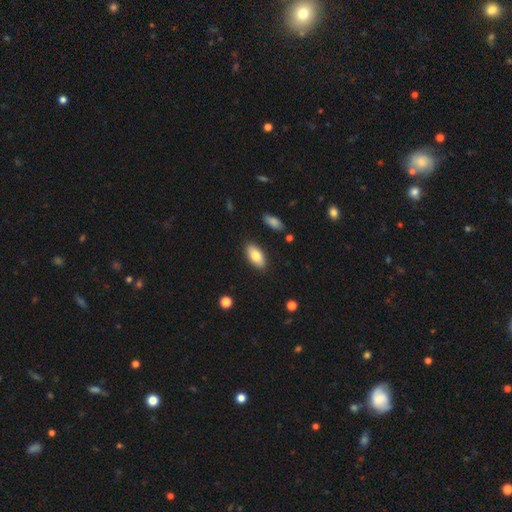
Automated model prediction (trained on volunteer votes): Smooth or featured?
  - smooth: 80% *
  - featured or disk: 13%
  - star or artifact: 7%
How rounded?
  - in between: 90% *
  - cigar-shaped: 7%
  - round: 3%
Merging?
  - none: 88% *
  - minor disturbance: 9%
  - major disturbance: 2%
  - merger: 2%